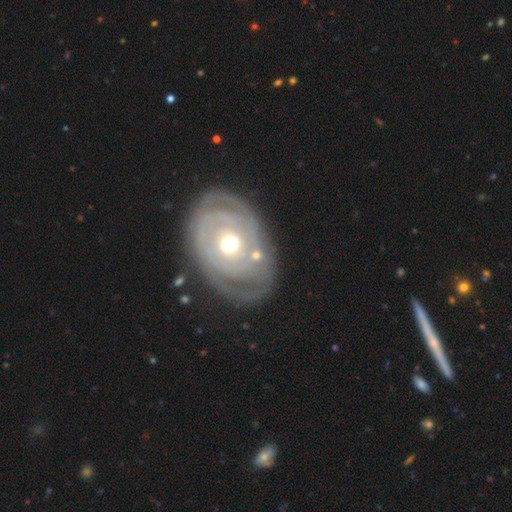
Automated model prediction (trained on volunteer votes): Smooth or featured: featured or disk — 81% (smooth — 14%)
Edge-on disk: no — 96% (yes — 4%)
Bar: no — 82% (weak — 14%)
Spiral arms: yes — 78% (no — 22%)
Spiral winding: tight — 80% (medium — 15%)
Spiral arm count: can't tell — 41% (2 — 28%)
Bulge size: moderate — 72% (small — 21%)
Merging: none — 74% (minor disturbance — 16%)